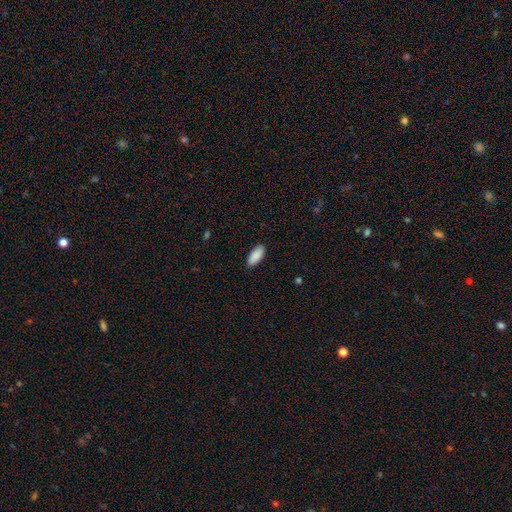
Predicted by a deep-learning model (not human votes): A smooth galaxy with no disk features (91%) that is in between round and cigar-shaped (89%).

Vote fractions:
- Smooth or featured? smooth: 91% / star or artifact: 6% / featured or disk: 4%
- How rounded? in between: 89% / cigar-shaped: 9% / round: 2%
- Merging? none: 89% / minor disturbance: 9% / major disturbance: 2% / merger: 1%